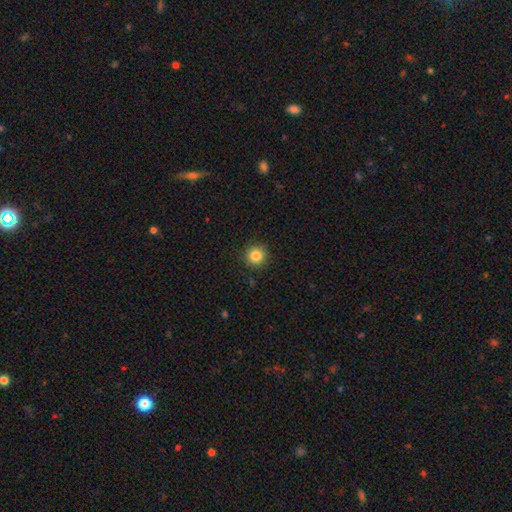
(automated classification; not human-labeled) Morphology: type=smooth (85%); roundness=round (95%); merging=none (90%).